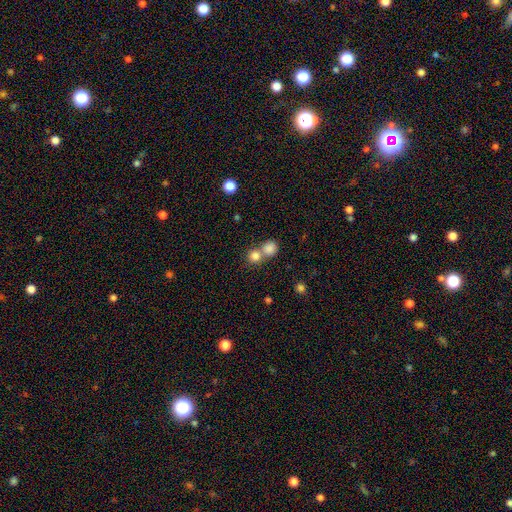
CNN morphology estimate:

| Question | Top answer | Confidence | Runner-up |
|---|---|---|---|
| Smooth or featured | smooth | 81% | star or artifact (12%) |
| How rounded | round | 88% | in between (11%) |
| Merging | merger | 47% | none (45%) |